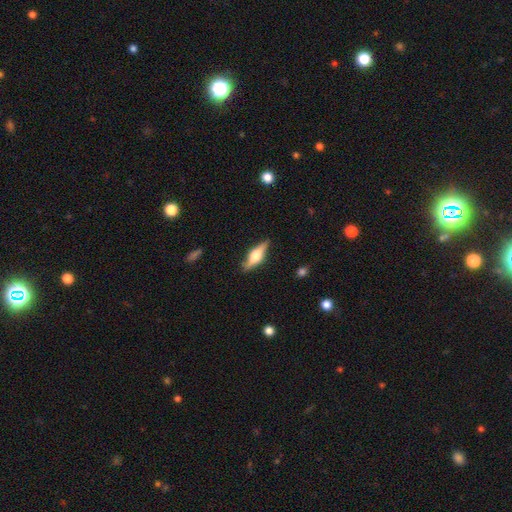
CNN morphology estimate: Smooth or featured?
  - featured or disk: 63% *
  - smooth: 31%
  - star or artifact: 6%
Edge-on disk?
  - yes: 94% *
  - no: 6%
Edge-on bulge?
  - rounded: 92% *
  - boxy: 6%
  - none: 2%
Merging?
  - none: 86% *
  - minor disturbance: 11%
  - major disturbance: 2%
  - merger: 1%